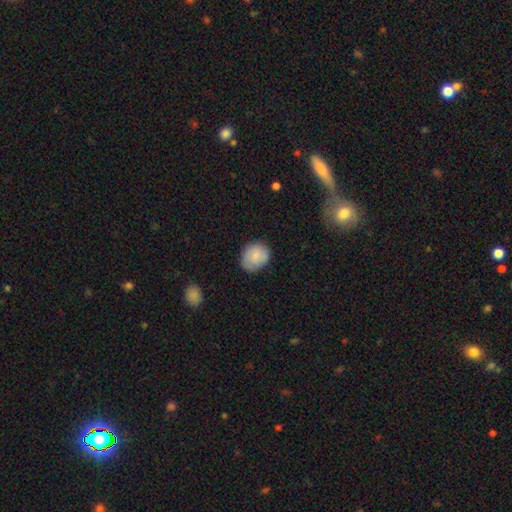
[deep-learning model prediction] Smooth or featured? Predicted: smooth (p=0.80). How rounded? Predicted: round (p=0.61). Merging? Predicted: none (p=0.79).